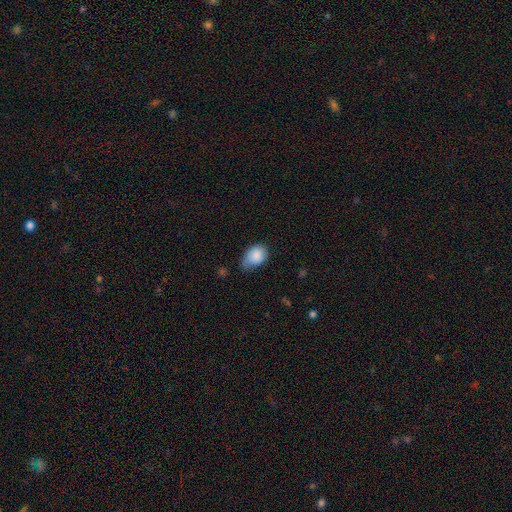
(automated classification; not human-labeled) This is clearly a smooth galaxy (84%). How rounded: likely in between (76%). Merging: marginally minor disturbance (44%).